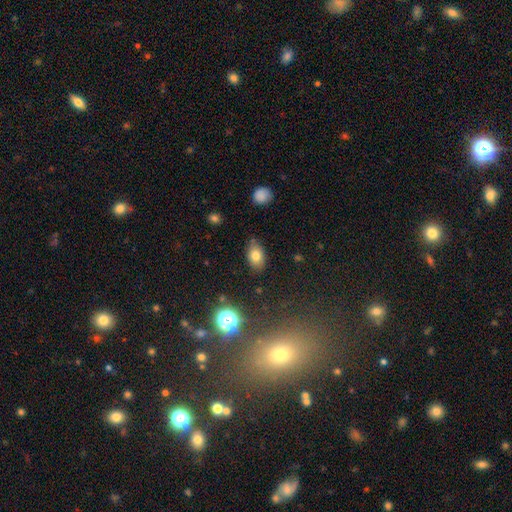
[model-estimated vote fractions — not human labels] This is likely a smooth galaxy (77%). How rounded: clearly in between (85%). Merging: clearly none (81%).